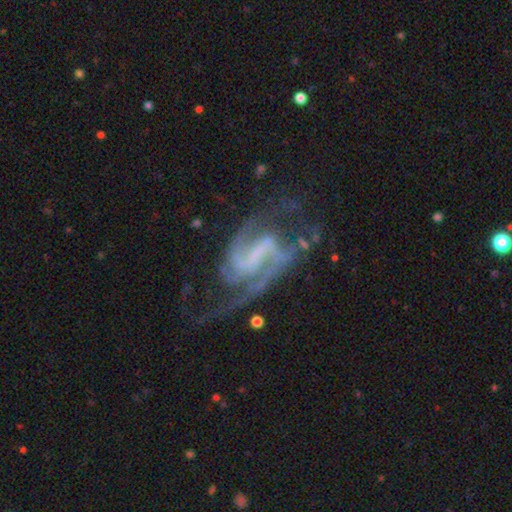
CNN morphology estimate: A featured or disk galaxy (90%) with a strong bar (42%), 2 (73%) medium (52%) spiral arms (97%) and no central bulge (56%). Merging: none (53%).